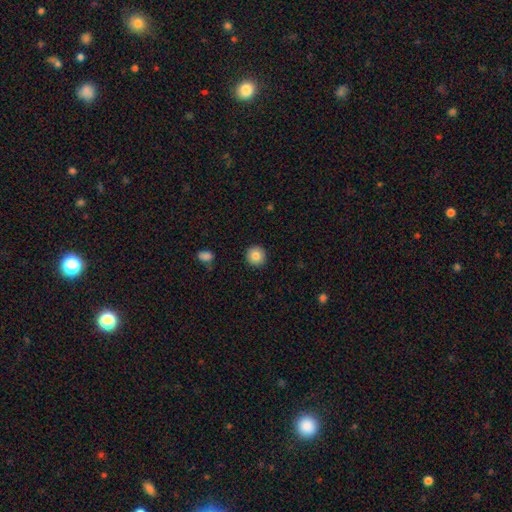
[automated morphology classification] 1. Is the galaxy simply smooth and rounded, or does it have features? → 85% smooth, 9% star or artifact, 7% featured or disk.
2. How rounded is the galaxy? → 94% round, 5% in between, 1% cigar-shaped.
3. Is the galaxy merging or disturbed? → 92% none, 5% minor disturbance, 2% major disturbance, 1% merger.